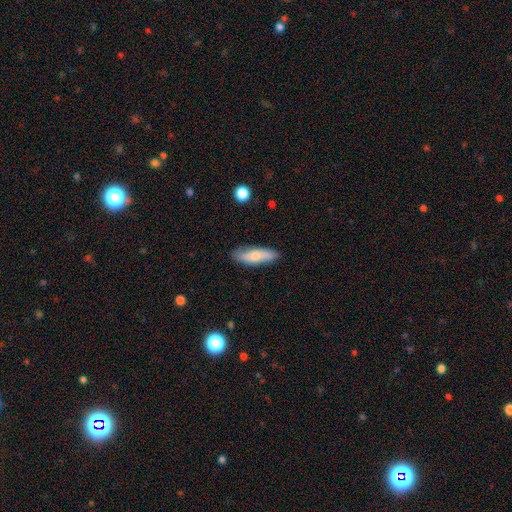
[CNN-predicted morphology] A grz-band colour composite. It shows a smooth galaxy with no disk features (70%) that is cigar-shaped (52%). Merging: none (84%).